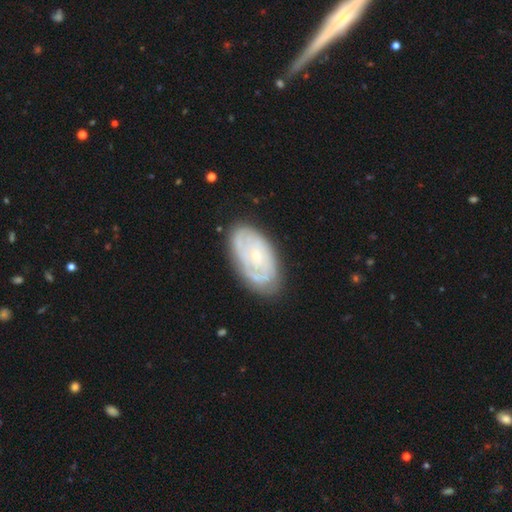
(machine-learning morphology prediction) This is likely a featured or disk galaxy (70%). It is clearly not viewed edge-on (94%). Bar: clearly no (81%). Spiral arm pattern: likely yes (74%). Central bulge: likely small (75%). Merging: likely none (74%).